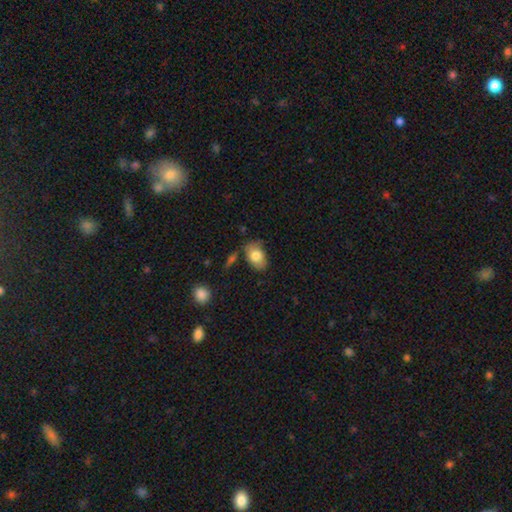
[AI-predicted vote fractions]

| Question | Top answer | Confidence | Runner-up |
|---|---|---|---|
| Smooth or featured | smooth | 80% | featured or disk (13%) |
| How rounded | in between | 89% | round (10%) |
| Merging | none | 68% | minor disturbance (22%) |